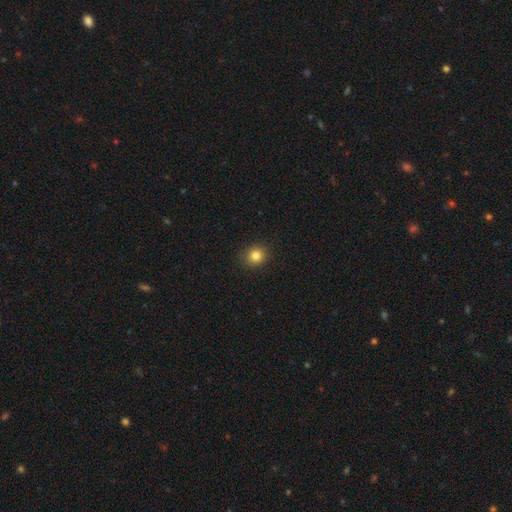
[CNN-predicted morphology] smooth_or_featured: smooth (p=0.83) [alt: star or artifact p=0.12]
how_rounded: round (p=0.83) [alt: in between p=0.16]
merging: none (p=0.90) [alt: minor disturbance p=0.07]